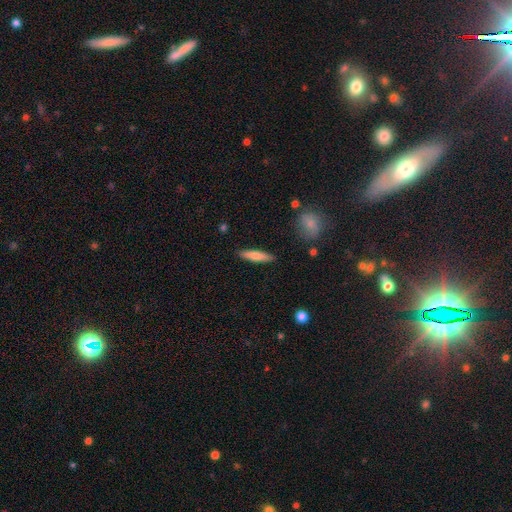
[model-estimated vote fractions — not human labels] Smooth or featured? smooth (70%)
How rounded? cigar-shaped (79%)
Merging? none (89%)